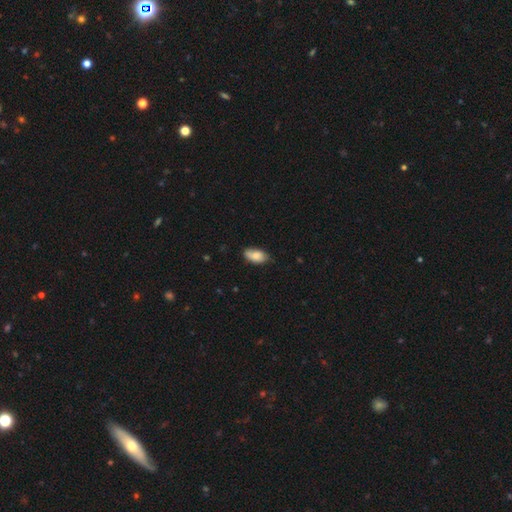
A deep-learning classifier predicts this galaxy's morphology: Overall: smooth (78%). How rounded: in between (93%). Merging: none (68%).